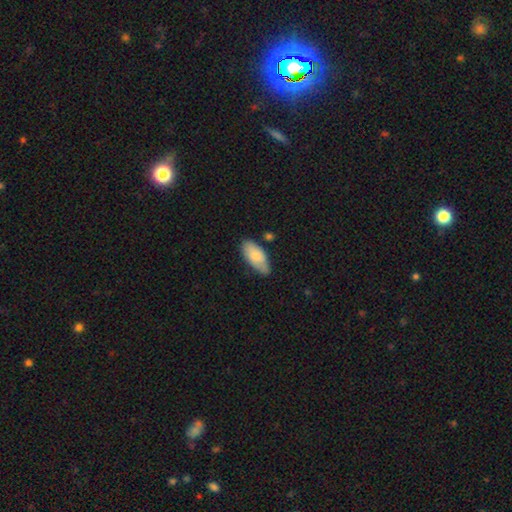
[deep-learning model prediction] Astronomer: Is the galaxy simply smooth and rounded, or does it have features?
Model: smooth — 79%.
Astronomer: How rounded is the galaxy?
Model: in between — 90%.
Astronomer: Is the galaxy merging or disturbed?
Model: none — 68%.